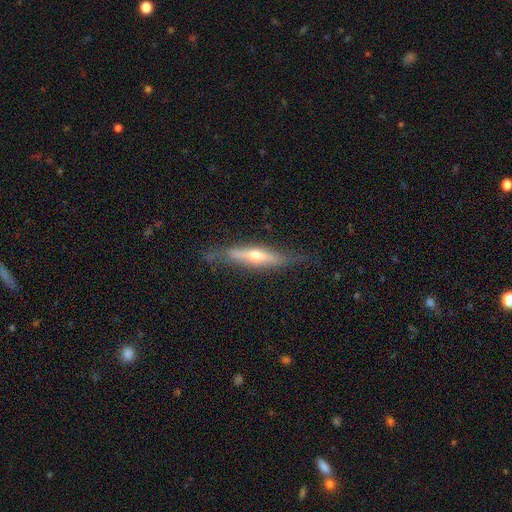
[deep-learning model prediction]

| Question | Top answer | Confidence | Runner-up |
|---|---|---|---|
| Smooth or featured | featured or disk | 64% | smooth (30%) |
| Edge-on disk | yes | 90% | no (10%) |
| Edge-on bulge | rounded | 90% | none (6%) |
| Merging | none | 74% | minor disturbance (19%) |